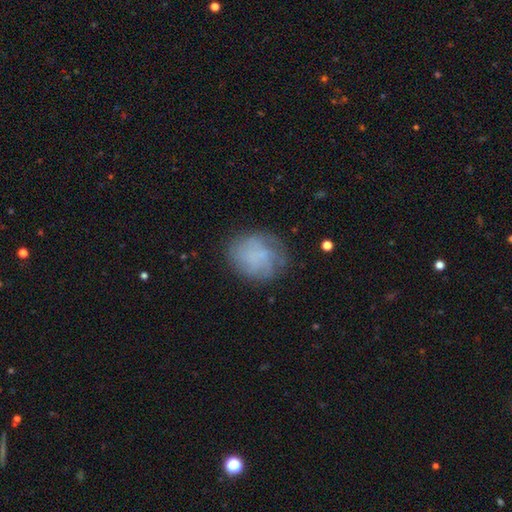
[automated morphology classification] Smooth or featured?
  - smooth: 54% *
  - featured or disk: 35%
  - star or artifact: 11%
How rounded?
  - round: 67% *
  - in between: 32%
  - cigar-shaped: 1%
Merging?
  - none: 70% *
  - minor disturbance: 19%
  - major disturbance: 9%
  - merger: 2%